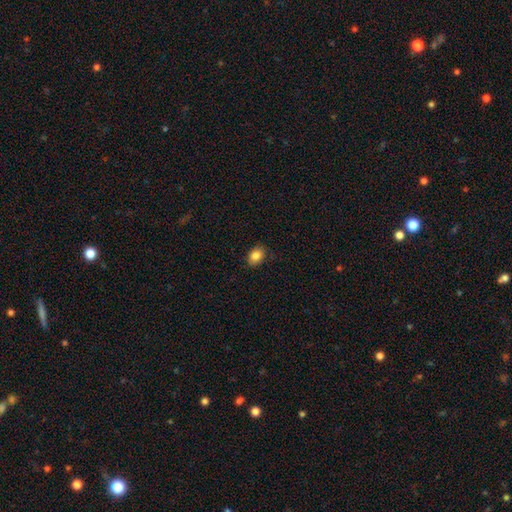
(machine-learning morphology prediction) smooth-or-featured: smooth: 85% | star or artifact: 9% | featured or disk: 6%
  how-rounded: in between: 77% | round: 22% | cigar-shaped: 1%
  merging: none: 84% | minor disturbance: 12% | major disturbance: 2% | merger: 1%